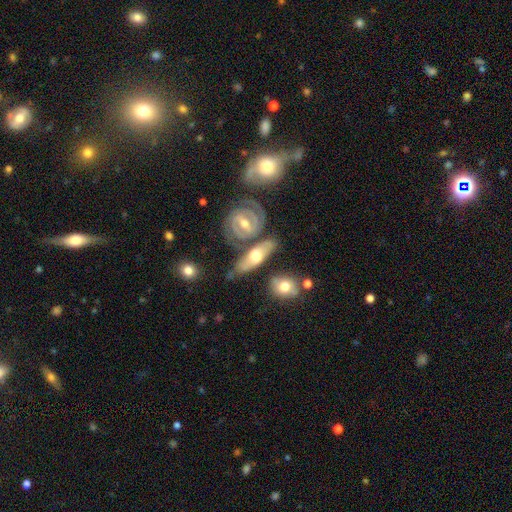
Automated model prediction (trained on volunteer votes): Smooth or featured? Predicted: featured or disk (p=0.59). Edge-on disk? Predicted: no (p=0.74). Merging? Predicted: none (p=0.54).